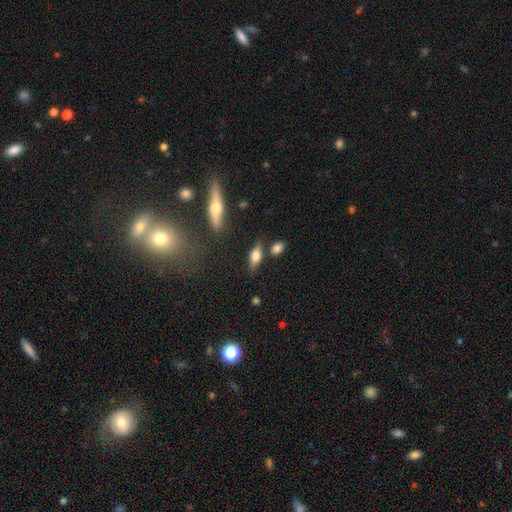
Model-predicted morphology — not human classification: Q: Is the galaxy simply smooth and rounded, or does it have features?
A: smooth — 60%.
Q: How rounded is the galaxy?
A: in between — 71%.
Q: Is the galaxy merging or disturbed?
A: none — 71%.